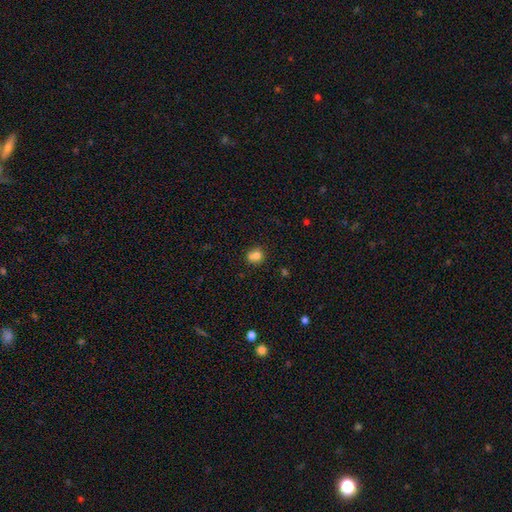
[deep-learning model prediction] A smooth galaxy with no disk features (74%) that is round (74%). Merging: none (45%).